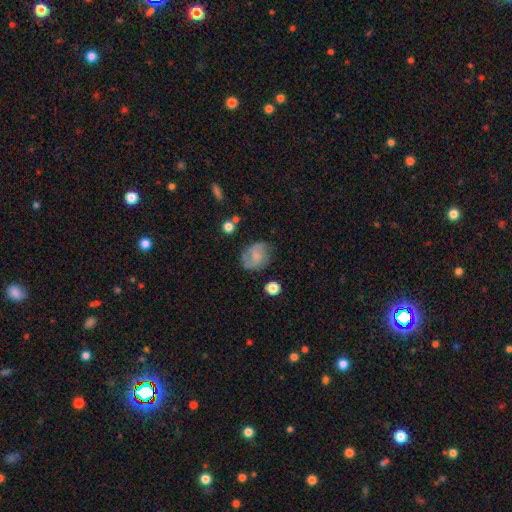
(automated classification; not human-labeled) smooth-or-featured: smooth: 49% | featured or disk: 42% | star or artifact: 9%
  merging: none: 65% | minor disturbance: 23% | major disturbance: 9% | merger: 3%